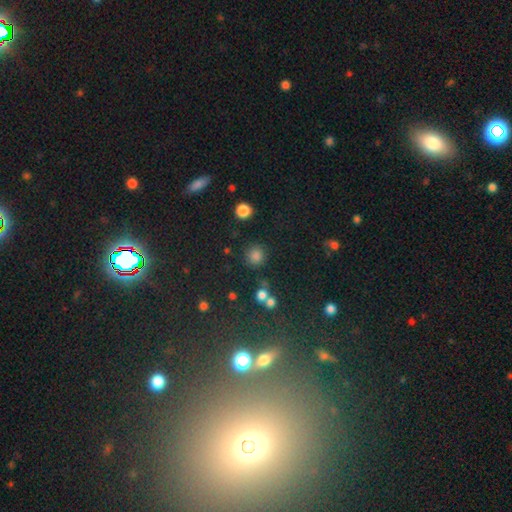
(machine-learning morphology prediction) This appears to be a smooth galaxy with no disk features (80%) that is round (90%). Merging: none (81%).